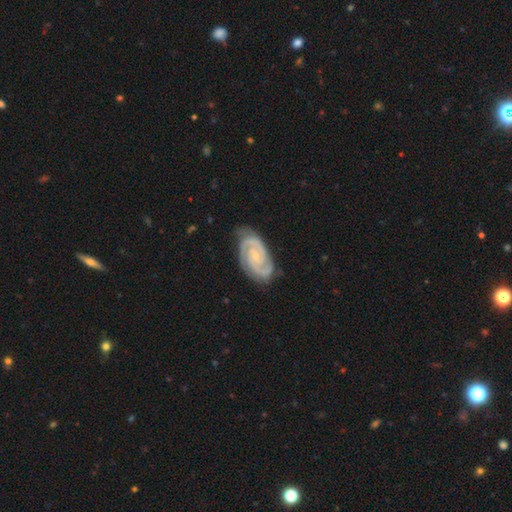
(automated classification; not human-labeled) This is clearly a featured or disk galaxy (92%). It is clearly not viewed edge-on (98%). Bar: possibly no (60%). Spiral arm pattern: clearly yes (99%). Spiral arm count: clearly 2 (85%). Spiral winding: likely tight (65%). Central bulge: likely small (75%). Merging: likely none (80%).